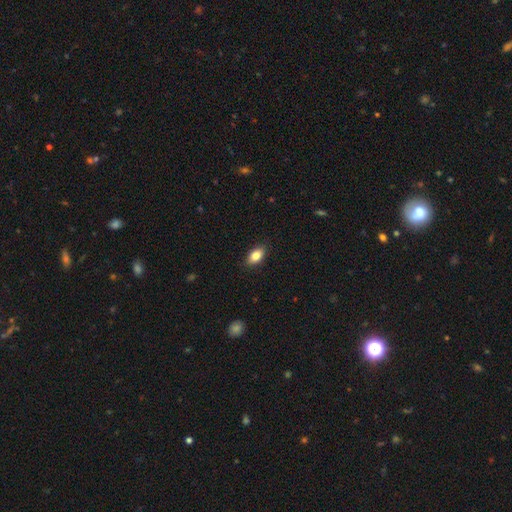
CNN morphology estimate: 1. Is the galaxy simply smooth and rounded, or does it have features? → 84% smooth, 9% featured or disk, 8% star or artifact.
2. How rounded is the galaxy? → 89% in between, 7% round, 4% cigar-shaped.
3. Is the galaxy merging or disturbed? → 88% none, 9% minor disturbance, 2% major disturbance, 1% merger.